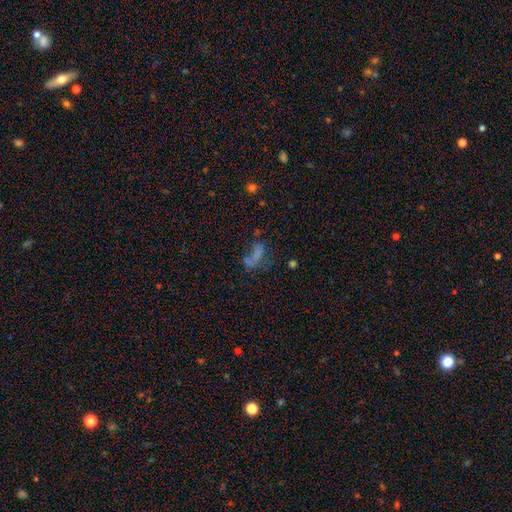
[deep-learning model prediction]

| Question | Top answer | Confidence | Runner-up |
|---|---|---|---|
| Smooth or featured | smooth | 48% | featured or disk (28%) |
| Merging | major disturbance | 34% | none (31%) |